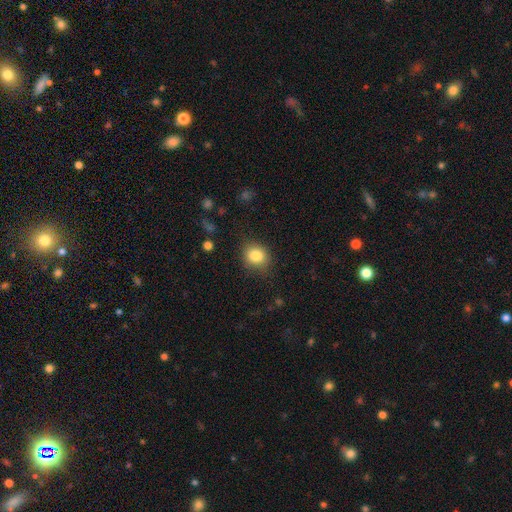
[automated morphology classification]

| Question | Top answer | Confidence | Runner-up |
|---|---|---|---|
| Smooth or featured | smooth | 84% | star or artifact (10%) |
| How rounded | round | 63% | in between (36%) |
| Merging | none | 80% | minor disturbance (15%) |